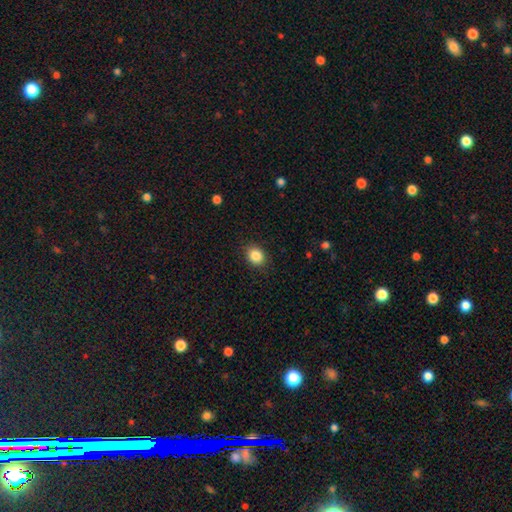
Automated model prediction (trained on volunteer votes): Smooth or featured?
  - smooth: 86% *
  - star or artifact: 9%
  - featured or disk: 5%
How rounded?
  - round: 60% *
  - in between: 39%
  - cigar-shaped: 1%
Merging?
  - none: 88% *
  - minor disturbance: 9%
  - major disturbance: 3%
  - merger: 1%